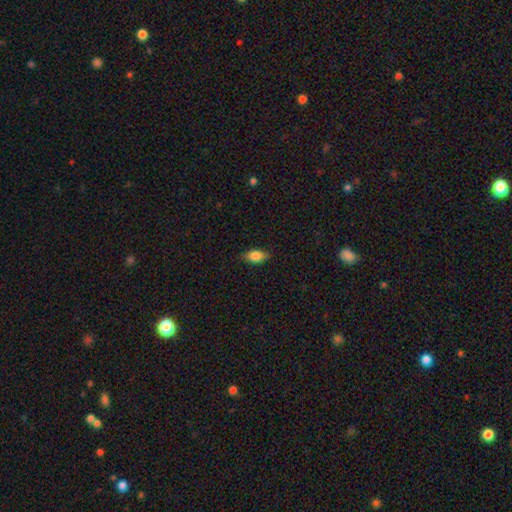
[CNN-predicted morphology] smooth_or_featured: smooth (p=0.82) [alt: featured or disk p=0.11]
how_rounded: in between (p=0.87) [alt: cigar-shaped p=0.06]
merging: none (p=0.83) [alt: minor disturbance p=0.13]